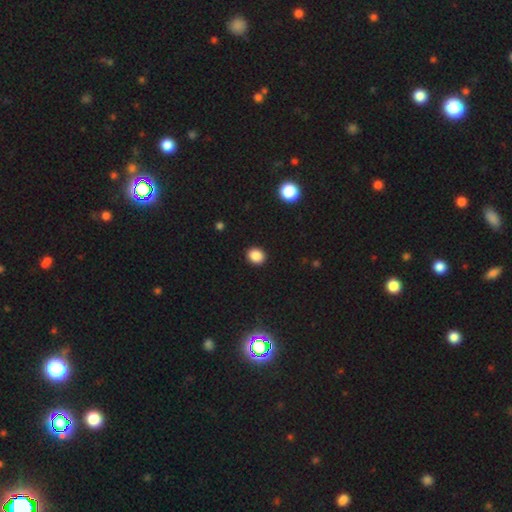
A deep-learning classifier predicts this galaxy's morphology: Smooth or featured? Predicted: smooth (p=0.87). How rounded? Predicted: round (p=0.65). Merging? Predicted: none (p=0.91).